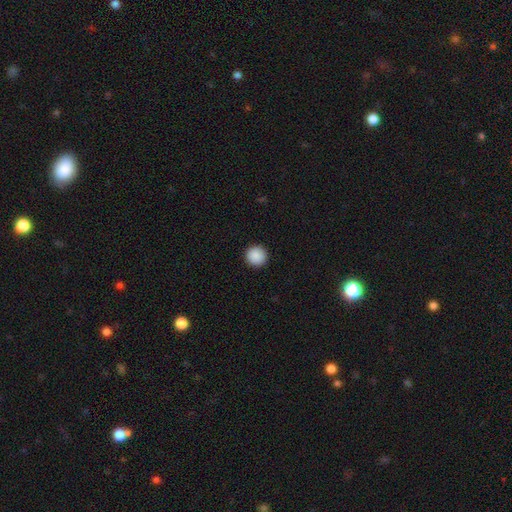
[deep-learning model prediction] This appears to be a smooth galaxy with no disk features (90%) that is round (96%). Merging: none (93%).